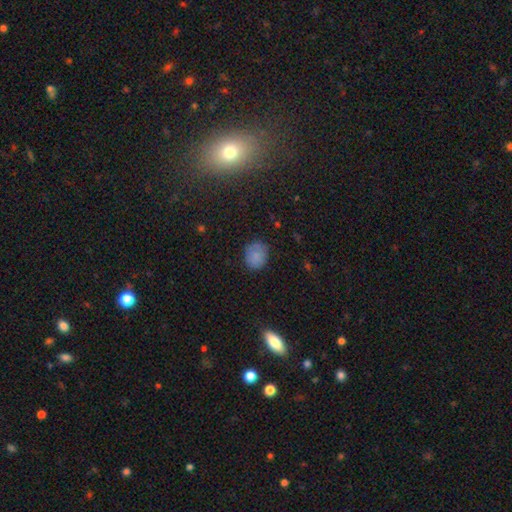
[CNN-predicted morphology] smooth_or_featured: smooth (p=0.79) [alt: star or artifact p=0.11]
how_rounded: round (p=0.69) [alt: in between p=0.30]
merging: none (p=0.75) [alt: minor disturbance p=0.19]